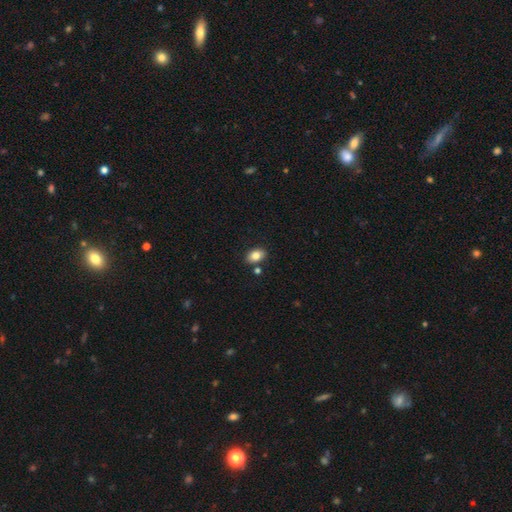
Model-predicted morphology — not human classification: smooth_or_featured: smooth (p=0.82) [alt: featured or disk p=0.10]
how_rounded: in between (p=0.81) [alt: round p=0.18]
merging: none (p=0.81) [alt: minor disturbance p=0.10]